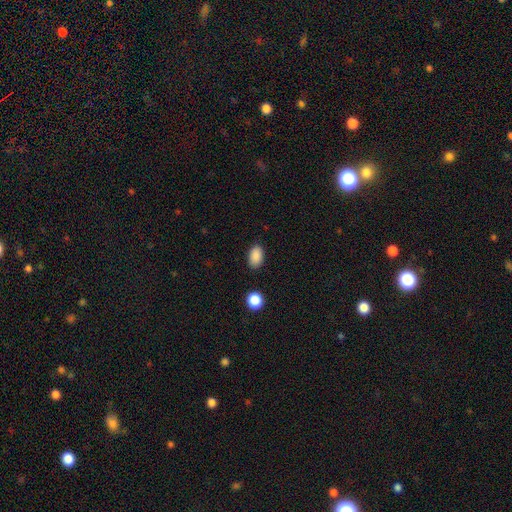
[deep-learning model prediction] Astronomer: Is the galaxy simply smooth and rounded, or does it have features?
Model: smooth — 88%.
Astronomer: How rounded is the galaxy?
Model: in between — 89%.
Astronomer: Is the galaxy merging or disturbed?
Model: none — 86%.